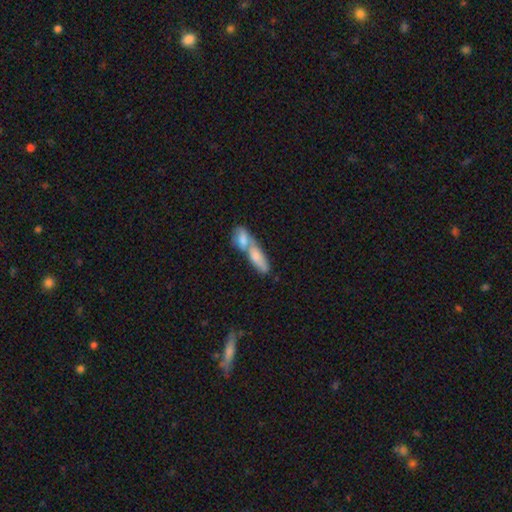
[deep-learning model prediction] Smooth or featured: smooth — 67% (featured or disk — 25%)
How rounded: in between — 56% (cigar-shaped — 39%)
Merging: merger — 69% (none — 20%)